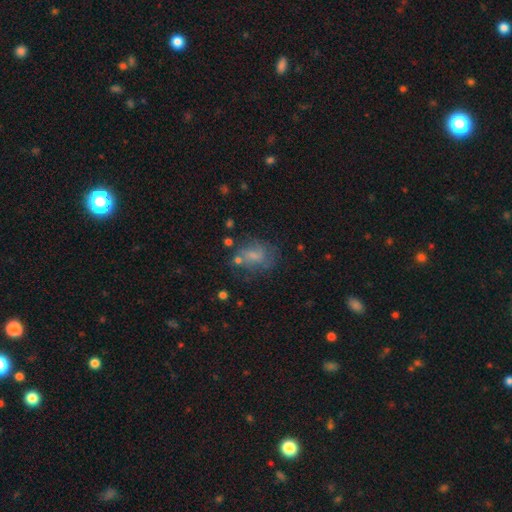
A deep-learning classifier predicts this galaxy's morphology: A smooth galaxy with no disk features (50%) that is in between round and cigar-shaped (66%).

Vote fractions:
- Smooth or featured? smooth: 50% / featured or disk: 33% / star or artifact: 17%
- How rounded? in between: 66% / round: 30% / cigar-shaped: 3%
- Merging? none: 51% / minor disturbance: 22% / major disturbance: 18% / merger: 9%